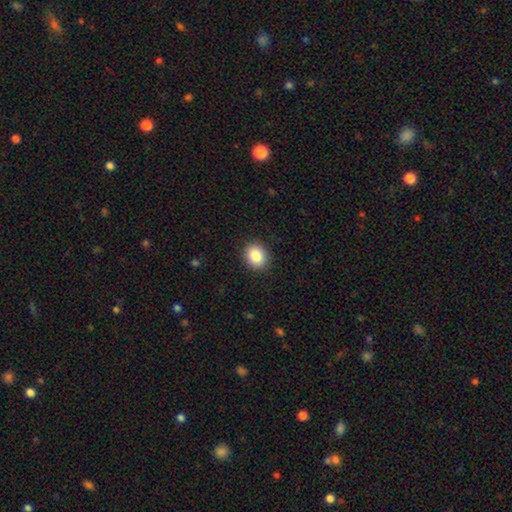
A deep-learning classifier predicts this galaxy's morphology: smooth 86%, star or artifact 9%, featured or disk 5%. Down the decision tree: how rounded — round (64%); merging — none (90%).